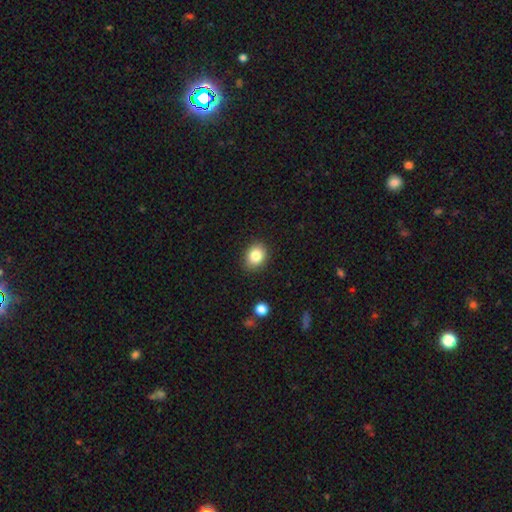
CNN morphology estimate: Smooth or featured? Predicted: smooth (p=0.84). How rounded? Predicted: round (p=0.55). Merging? Predicted: none (p=0.88).